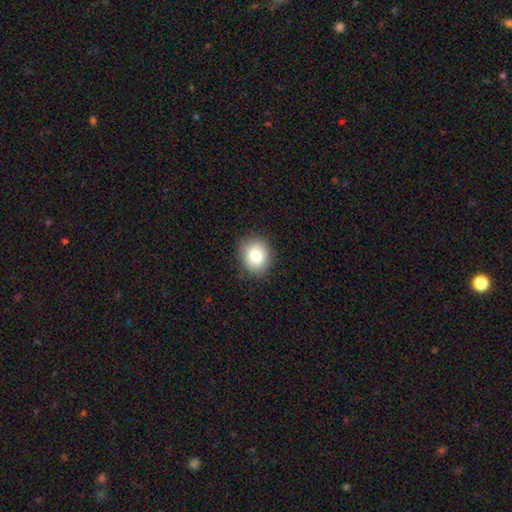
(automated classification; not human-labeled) smooth_or_featured: smooth (p=0.81) [alt: featured or disk p=0.10]
how_rounded: round (p=0.64) [alt: in between p=0.35]
merging: none (p=0.87) [alt: minor disturbance p=0.10]